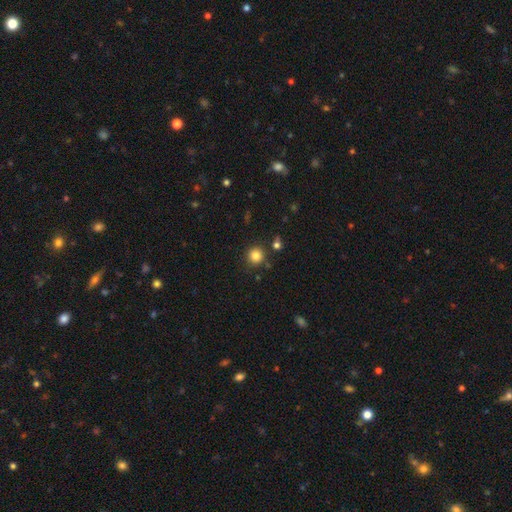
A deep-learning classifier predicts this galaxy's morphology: The model was most divided on "smooth or featured": smooth: 84%, star or artifact: 12%, featured or disk: 4%. More confident: how rounded — round (93%); merging — none (85%).